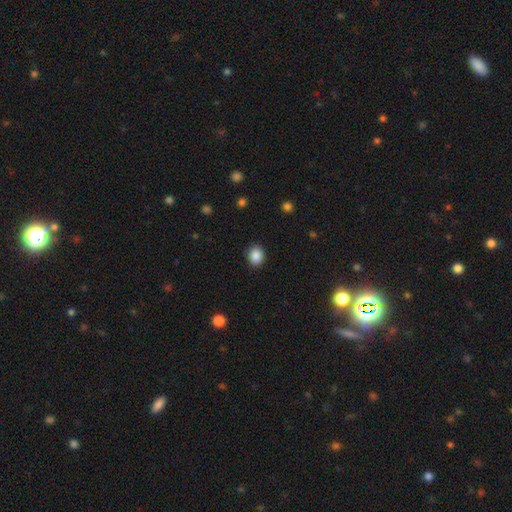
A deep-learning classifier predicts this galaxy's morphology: This is clearly a smooth galaxy (88%). How rounded: possibly round (55%). Merging: clearly none (88%).